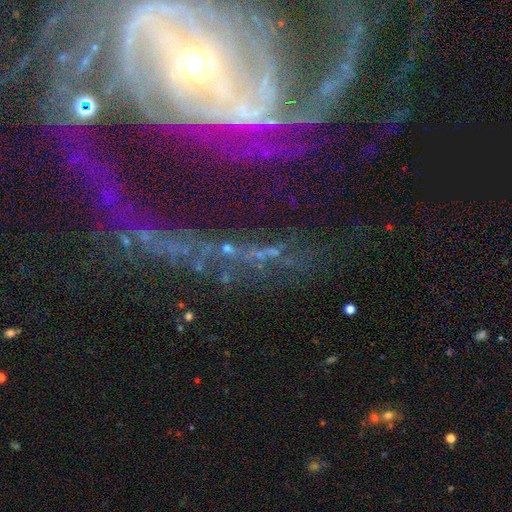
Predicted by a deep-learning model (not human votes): The model was most divided on "spiral winding": tight: 42%, medium: 35%, loose: 22%. Remaining: edge-on disk — no (88%); spiral arms — yes (85%); smooth or featured — featured or disk (73%); bulge size — small (52%); merging — none (51%); bar — no (40%); spiral arm count — 2 (38%).